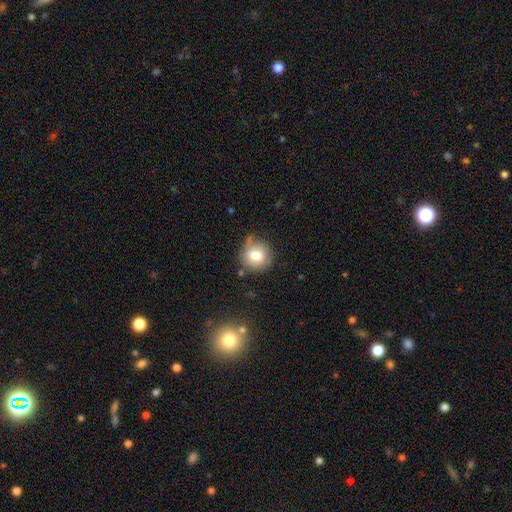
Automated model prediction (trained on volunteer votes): This is likely a smooth galaxy (77%). How rounded: clearly round (89%). Merging: likely none (70%).